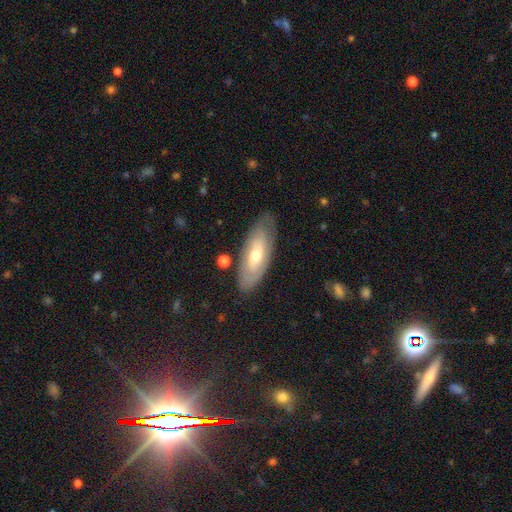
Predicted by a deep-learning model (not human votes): Morphology: type=featured or disk (51%); edge-on=no (78%); merging=none (78%).